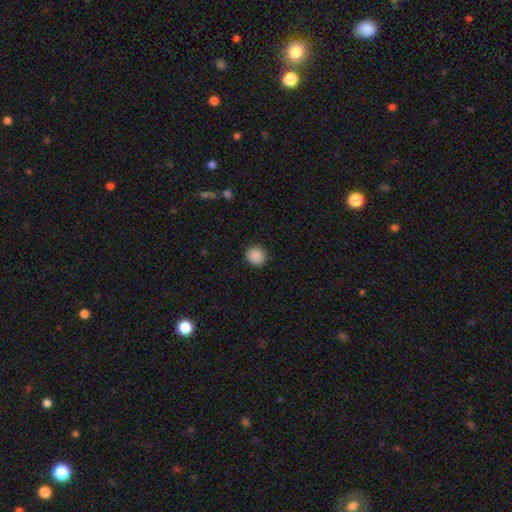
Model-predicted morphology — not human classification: smooth_or_featured: smooth (p=0.89) [alt: star or artifact p=0.09]
how_rounded: round (p=0.90) [alt: in between p=0.09]
merging: none (p=0.91) [alt: minor disturbance p=0.06]